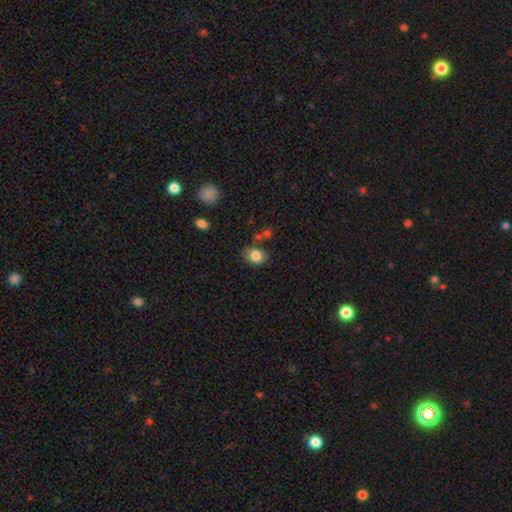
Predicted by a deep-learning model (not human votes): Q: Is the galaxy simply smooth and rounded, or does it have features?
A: smooth — 84%.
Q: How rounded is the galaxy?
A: in between — 52%.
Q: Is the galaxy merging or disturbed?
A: none — 71%.